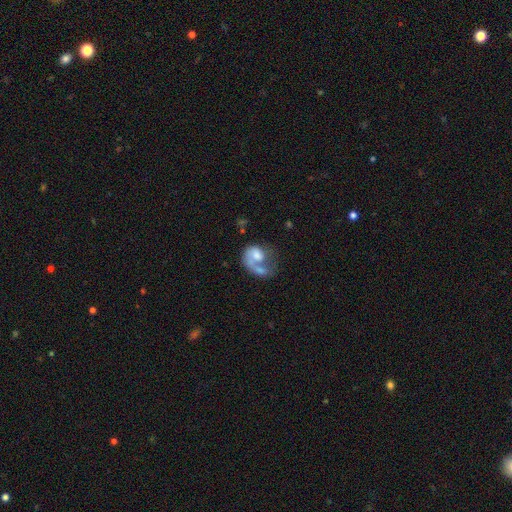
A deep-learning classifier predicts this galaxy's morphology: A featured or disk galaxy (60%) with no bar (73%), spiral arms (73%) and a moderate central bulge (44%).

Vote fractions:
- Smooth or featured? featured or disk: 60% / smooth: 33% / star or artifact: 7%
- Edge-on disk? no: 98% / yes: 2%
- Bar? no: 73% / weak: 22% / strong: 5%
- Spiral arms? yes: 73% / no: 27%
- Bulge size? moderate: 44% / small: 21% / large: 18% / none: 13% / dominant: 4%
- Merging? major disturbance: 33% / merger: 32% / none: 23% / minor disturbance: 12%